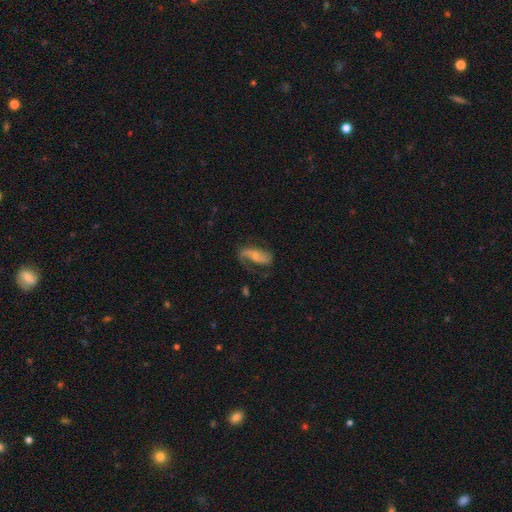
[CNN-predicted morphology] Smooth or featured: featured or disk — 71% (smooth — 22%)
Edge-on disk: no — 94% (yes — 6%)
Bar: no — 51% (weak — 33%)
Spiral arms: yes — 90% (no — 10%)
Spiral winding: loose — 57% (medium — 32%)
Spiral arm count: 2 — 67% (1 — 24%)
Bulge size: small — 57% (moderate — 32%)
Merging: none — 51% (minor disturbance — 23%)